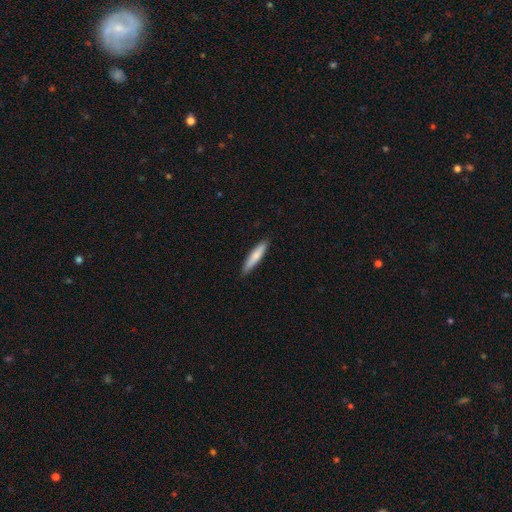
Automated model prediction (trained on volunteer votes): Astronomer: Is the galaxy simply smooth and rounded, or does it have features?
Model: smooth — 76%.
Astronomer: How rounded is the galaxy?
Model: cigar-shaped — 87%.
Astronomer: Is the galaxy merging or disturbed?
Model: none — 87%.